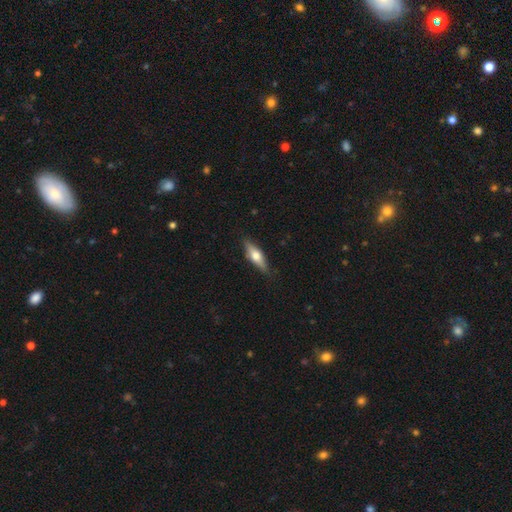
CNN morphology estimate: smooth-or-featured: featured or disk: 48% | smooth: 45% | star or artifact: 6%
  merging: none: 85% | minor disturbance: 11% | major disturbance: 2% | merger: 1%